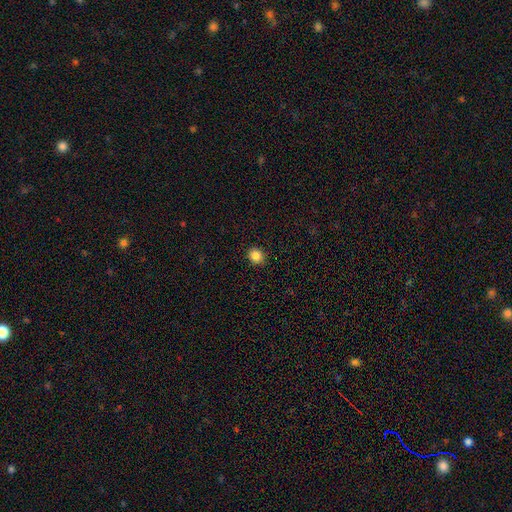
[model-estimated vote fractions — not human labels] This appears to be a smooth galaxy with no disk features (86%) that is round (83%). Merging: none (92%).